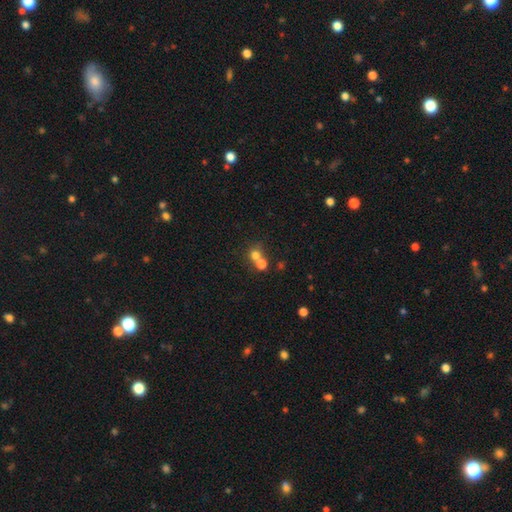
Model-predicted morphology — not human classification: type=smooth (72%); roundness=round (82%); merging=merger (51%).